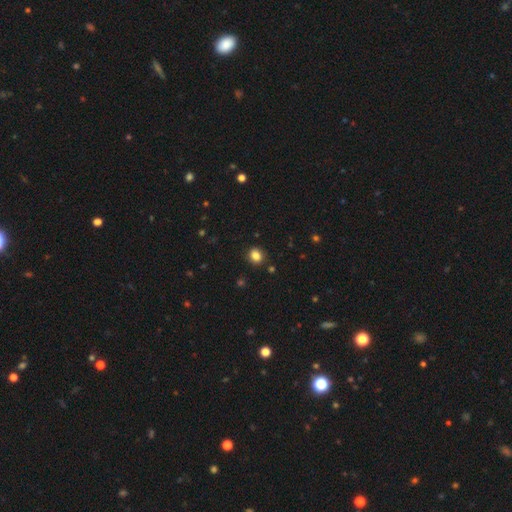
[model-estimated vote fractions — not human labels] The model was most divided on "how rounded": round: 62%, in between: 37%, cigar-shaped: 1%. More confident: merging — none (88%); smooth or featured — smooth (84%).